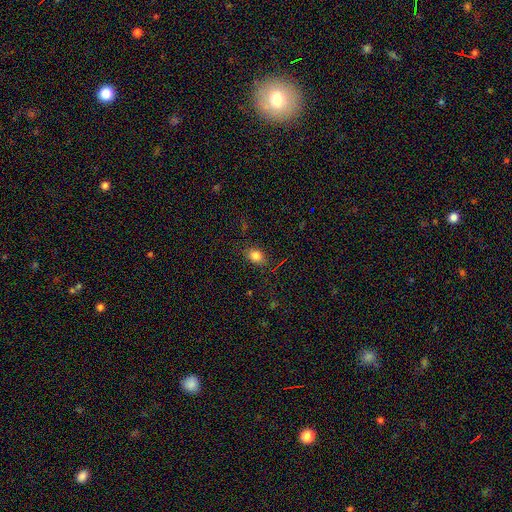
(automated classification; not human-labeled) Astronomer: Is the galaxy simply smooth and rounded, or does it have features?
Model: smooth — 80%.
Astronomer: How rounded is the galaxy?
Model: in between — 64%.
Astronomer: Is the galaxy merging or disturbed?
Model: none — 81%.